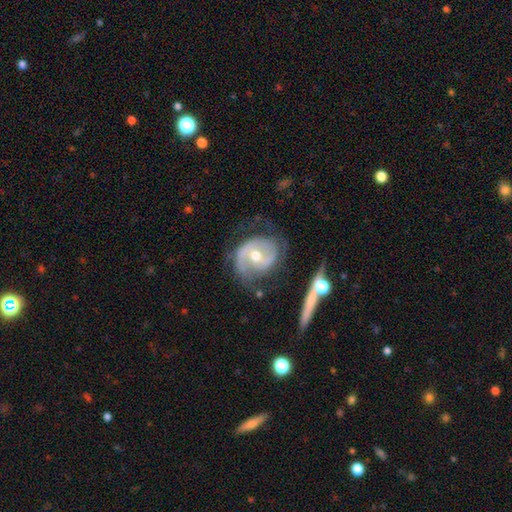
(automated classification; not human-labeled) Q: Smooth or featured?
A: featured or disk (80%); runner-up: smooth (14%)
Q: Edge-on disk?
A: no (96%); runner-up: yes (4%)
Q: Bar?
A: no (46%); runner-up: weak (37%)
Q: Spiral arms?
A: yes (88%); runner-up: no (12%)
Q: Spiral winding?
A: medium (43%); runner-up: tight (32%)
Q: Spiral arm count?
A: 2 (73%); runner-up: can't tell (12%)
Q: Bulge size?
A: moderate (66%); runner-up: small (29%)
Q: Merging?
A: none (57%); runner-up: minor disturbance (23%)